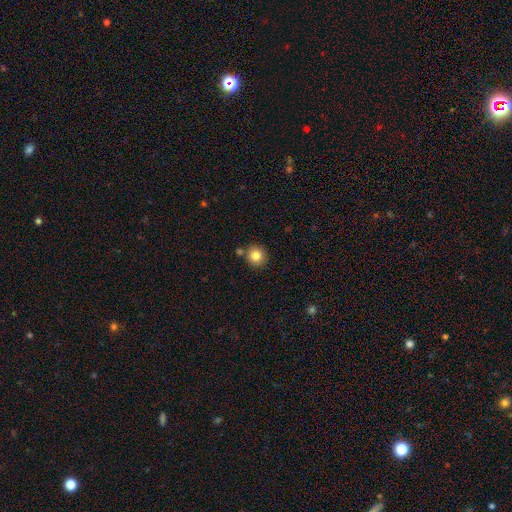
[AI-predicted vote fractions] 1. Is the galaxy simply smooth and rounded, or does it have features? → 82% smooth, 10% star or artifact, 7% featured or disk.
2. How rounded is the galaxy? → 91% round, 8% in between, 1% cigar-shaped.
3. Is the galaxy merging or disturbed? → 79% none, 9% merger, 9% minor disturbance, 2% major disturbance.